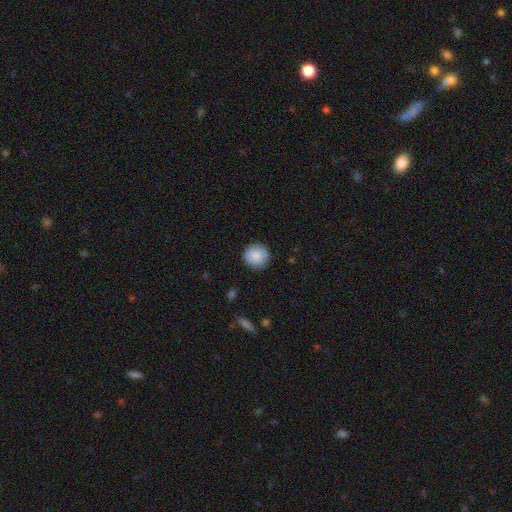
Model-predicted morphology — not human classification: Smooth or featured? Predicted: smooth (p=0.88). How rounded? Predicted: round (p=0.92). Merging? Predicted: none (p=0.88).